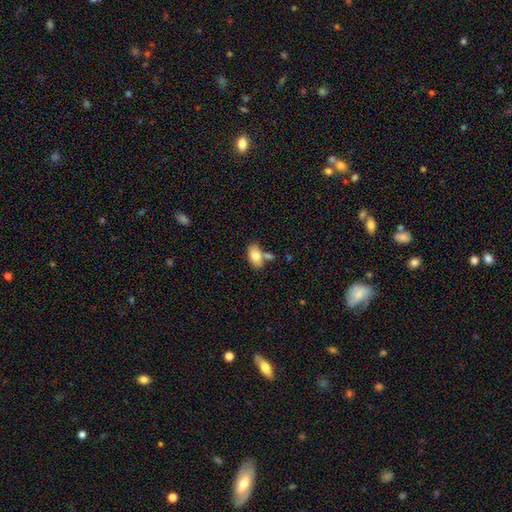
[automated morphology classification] smooth_or_featured: smooth (p=0.78) [alt: featured or disk p=0.15]
how_rounded: in between (p=0.91) [alt: round p=0.06]
merging: none (p=0.60) [alt: merger p=0.23]